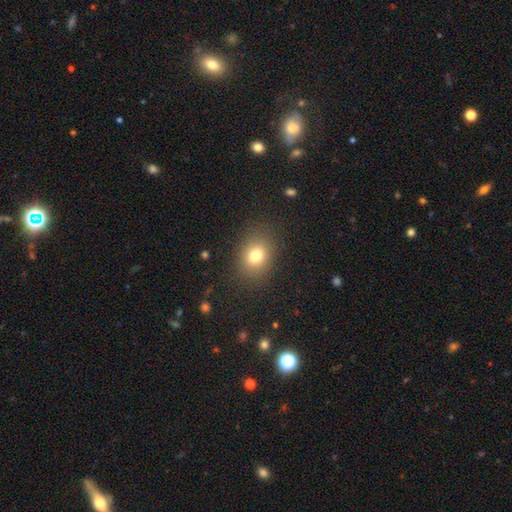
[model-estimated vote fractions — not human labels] A smooth galaxy with no disk features (77%) that is in between round and cigar-shaped (54%). Merging: none (84%).